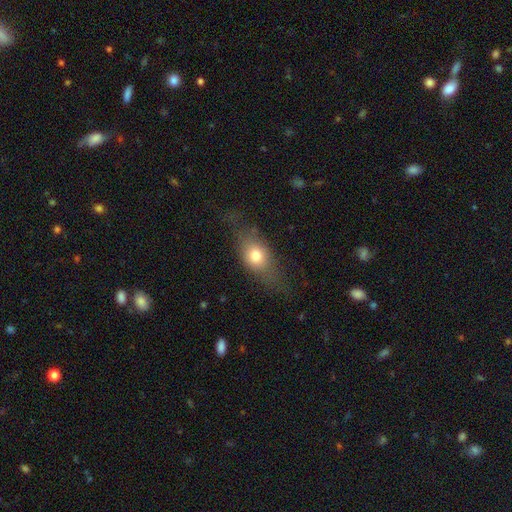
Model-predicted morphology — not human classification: This is likely a smooth galaxy (68%). How rounded: likely in between (66%). Merging: likely none (60%).